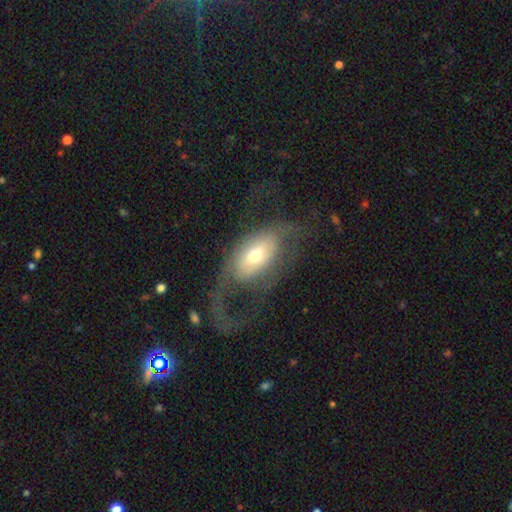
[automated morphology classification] Smooth or featured?
  - featured or disk: 53% *
  - smooth: 40%
  - star or artifact: 7%
Edge-on disk?
  - no: 87% *
  - yes: 13%
Merging?
  - major disturbance: 52% *
  - none: 30%
  - minor disturbance: 15%
  - merger: 3%